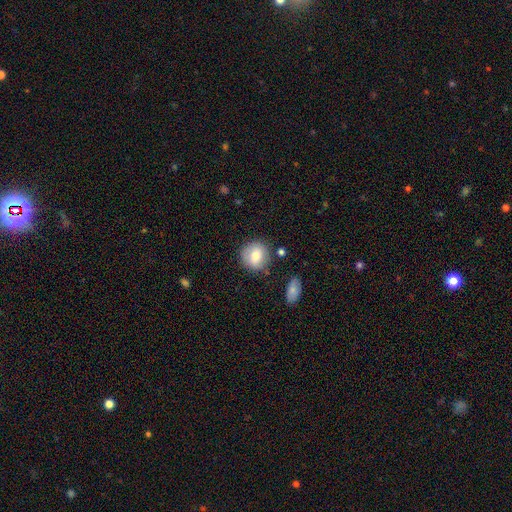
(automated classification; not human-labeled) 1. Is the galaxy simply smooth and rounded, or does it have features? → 74% smooth, 18% featured or disk, 8% star or artifact.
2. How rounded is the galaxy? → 88% round, 11% in between, 1% cigar-shaped.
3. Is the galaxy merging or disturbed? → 79% none, 13% minor disturbance, 5% merger, 3% major disturbance.